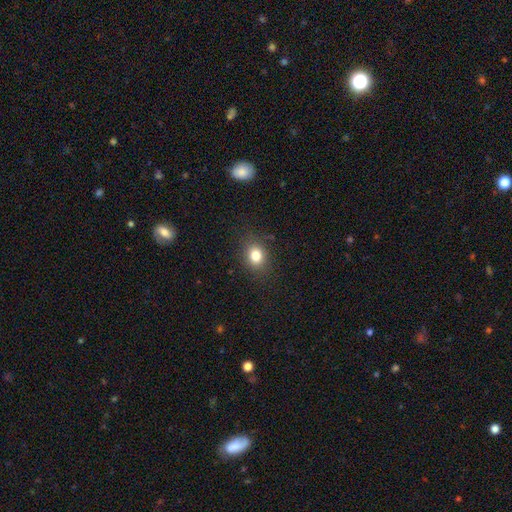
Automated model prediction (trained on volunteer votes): A smooth galaxy with no disk features (81%) that is round (55%).

Vote fractions:
- Smooth or featured? smooth: 81% / star or artifact: 12% / featured or disk: 7%
- How rounded? round: 55% / in between: 44% / cigar-shaped: 1%
- Merging? none: 84% / minor disturbance: 11% / major disturbance: 4% / merger: 1%